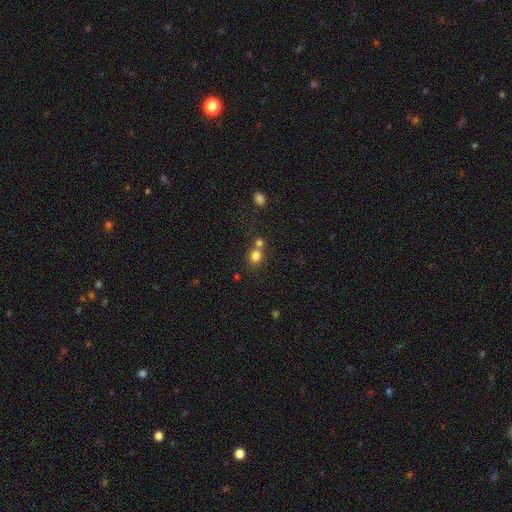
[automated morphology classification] smooth-or-featured: smooth: 79% | star or artifact: 13% | featured or disk: 8%
  how-rounded: round: 80% | in between: 19% | cigar-shaped: 1%
  merging: none: 48% | merger: 41% | minor disturbance: 7% | major disturbance: 3%